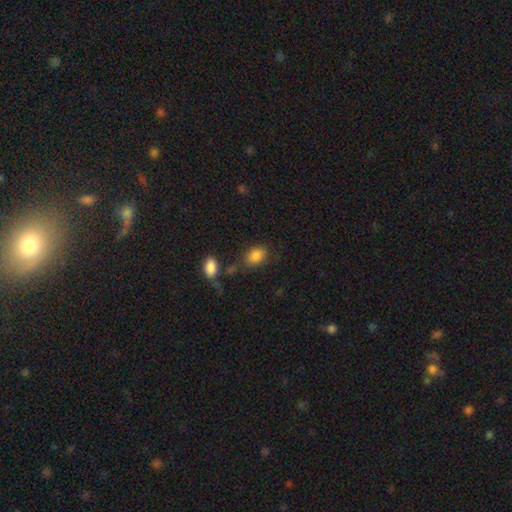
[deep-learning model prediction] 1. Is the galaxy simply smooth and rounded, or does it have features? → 86% smooth, 9% star or artifact, 5% featured or disk.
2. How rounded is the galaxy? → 76% in between, 22% round, 1% cigar-shaped.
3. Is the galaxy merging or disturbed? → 68% none, 17% minor disturbance, 7% merger, 7% major disturbance.